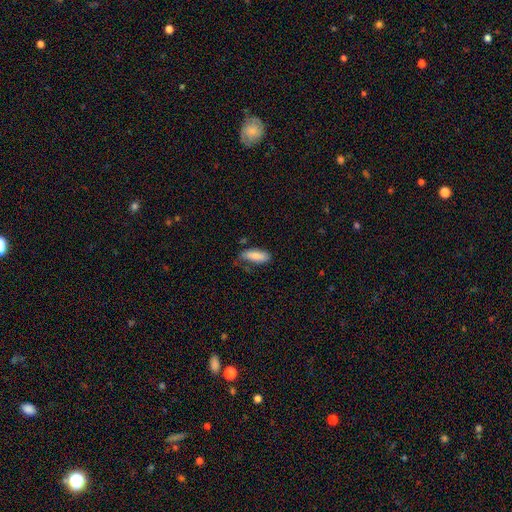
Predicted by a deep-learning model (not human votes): Morphology: type=smooth (83%); roundness=in between (73%); merging=none (57%).